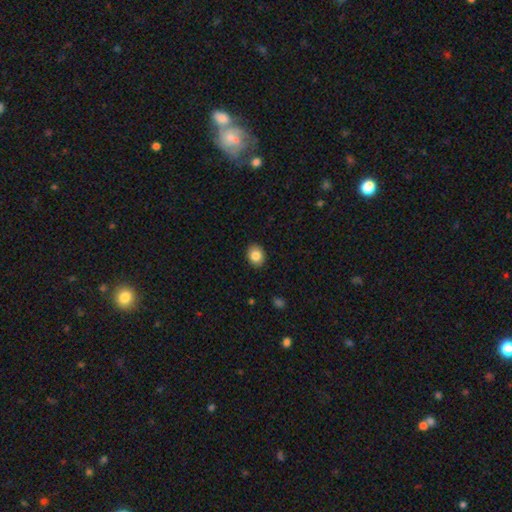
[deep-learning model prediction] Smooth or featured: smooth — 85% (star or artifact — 8%)
How rounded: round — 55% (in between — 44%)
Merging: none — 90% (minor disturbance — 7%)